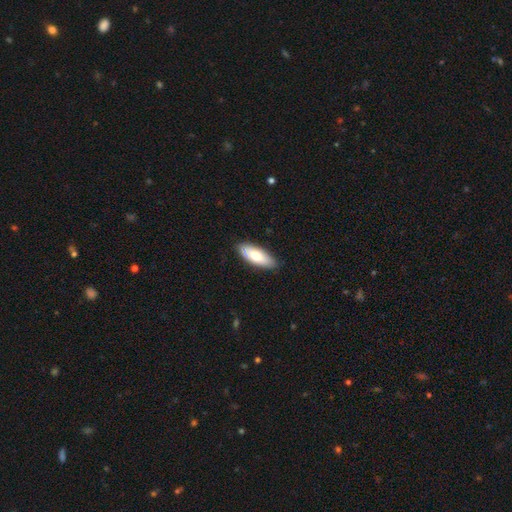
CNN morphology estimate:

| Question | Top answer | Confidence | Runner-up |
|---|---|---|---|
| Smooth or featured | smooth | 74% | featured or disk (21%) |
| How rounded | in between | 74% | cigar-shaped (25%) |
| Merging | none | 84% | minor disturbance (13%) |